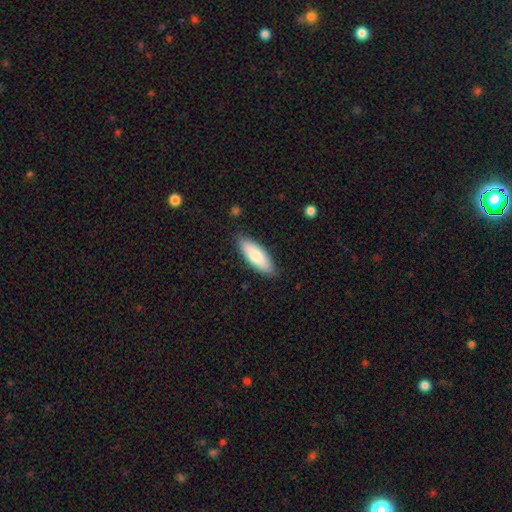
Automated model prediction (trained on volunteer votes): smooth_or_featured: smooth (p=0.80) [alt: featured or disk p=0.15]
how_rounded: in between (p=0.68) [alt: cigar-shaped p=0.30]
merging: none (p=0.84) [alt: minor disturbance p=0.13]